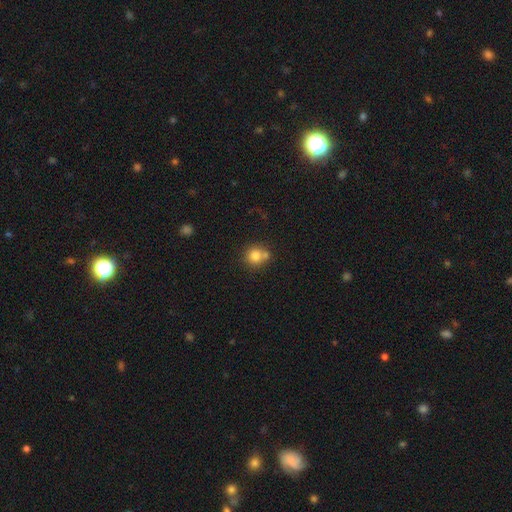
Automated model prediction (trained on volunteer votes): Smooth or featured? Predicted: smooth (p=0.79). How rounded? Predicted: round (p=0.88). Merging? Predicted: none (p=0.55).